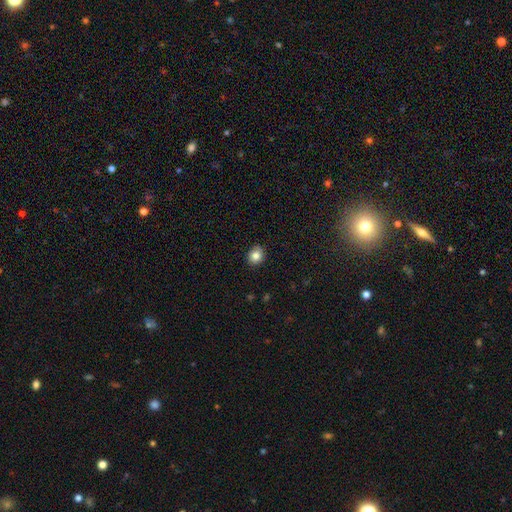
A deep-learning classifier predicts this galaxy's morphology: A smooth galaxy with no disk features (84%) that is round (74%).

Vote fractions:
- Smooth or featured? smooth: 84% / star or artifact: 10% / featured or disk: 6%
- How rounded? round: 74% / in between: 25% / cigar-shaped: 1%
- Merging? none: 88% / minor disturbance: 9% / major disturbance: 2% / merger: 1%